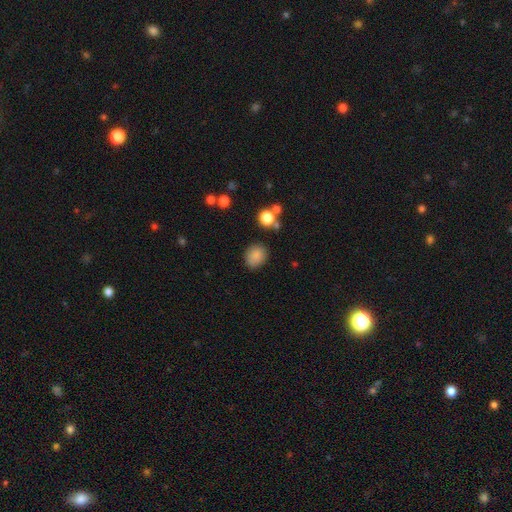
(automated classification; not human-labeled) Q: Smooth or featured?
A: smooth (85%); runner-up: star or artifact (10%)
Q: How rounded?
A: round (65%); runner-up: in between (34%)
Q: Merging?
A: none (81%); runner-up: minor disturbance (12%)